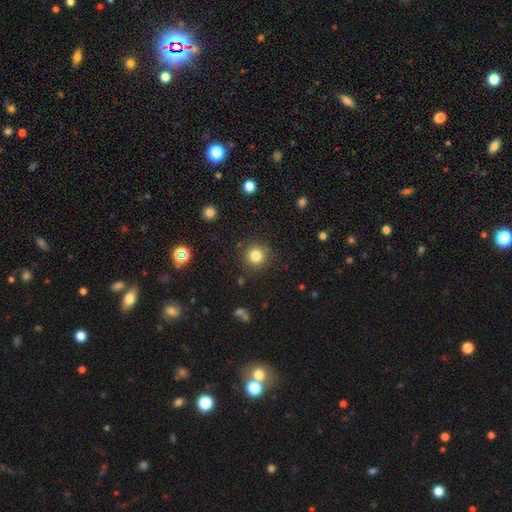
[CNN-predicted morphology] type=smooth (81%); roundness=round (95%); merging=none (89%).